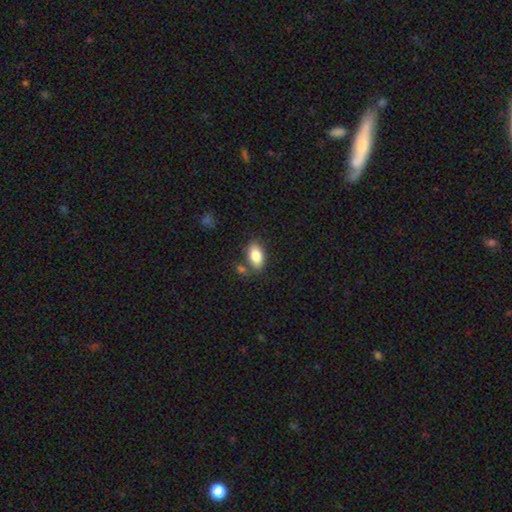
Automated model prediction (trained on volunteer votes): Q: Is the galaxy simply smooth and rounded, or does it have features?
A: smooth — 83%.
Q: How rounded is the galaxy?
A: in between — 91%.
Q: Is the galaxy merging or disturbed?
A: none — 75%.